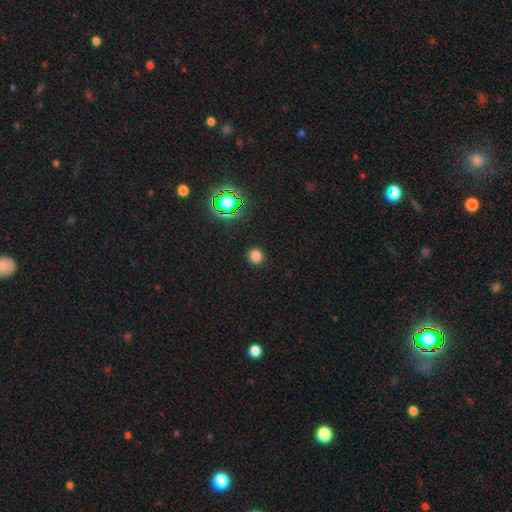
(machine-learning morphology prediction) Smooth or featured? Predicted: smooth (p=0.78). How rounded? Predicted: round (p=0.92). Merging? Predicted: none (p=0.91).